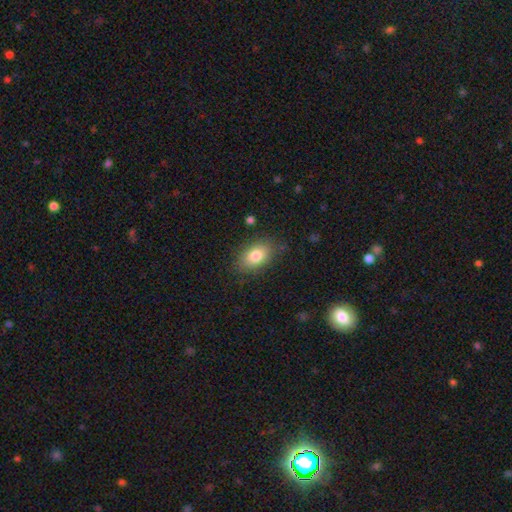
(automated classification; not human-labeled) This appears to be a smooth galaxy with no disk features (82%) that is in between round and cigar-shaped (88%). Merging: none (81%).